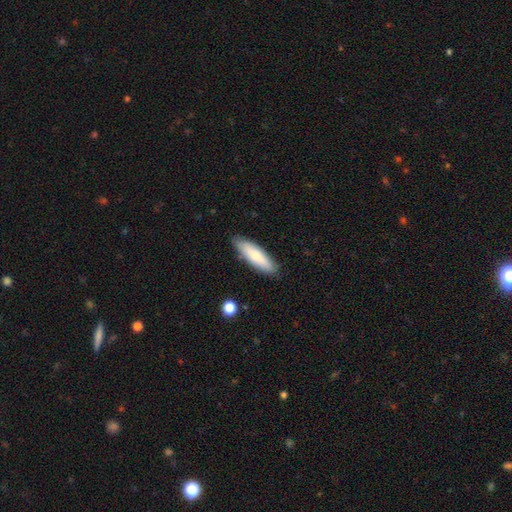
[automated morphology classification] This is likely a smooth galaxy (74%). How rounded: possibly cigar-shaped (57%). Merging: clearly none (84%).